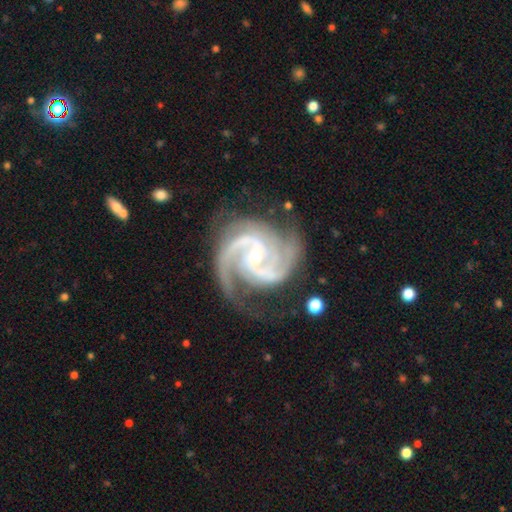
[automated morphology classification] Smooth or featured: featured or disk — 94% (star or artifact — 4%)
Edge-on disk: no — 98% (yes — 2%)
Bar: no — 49% (weak — 35%)
Spiral arms: yes — 99% (no — 1%)
Spiral winding: medium — 48% (tight — 46%)
Spiral arm count: 2 — 49% (3 — 32%)
Bulge size: small — 56% (moderate — 41%)
Merging: none — 70% (minor disturbance — 19%)